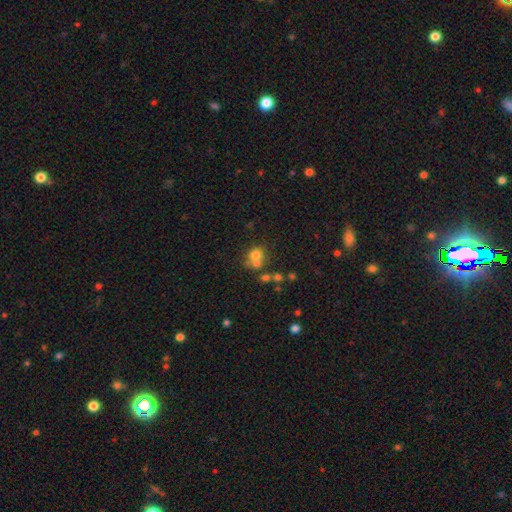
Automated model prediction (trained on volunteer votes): Smooth or featured: smooth — 68% (featured or disk — 18%)
How rounded: round — 71% (in between — 28%)
Merging: merger — 45% (none — 39%)